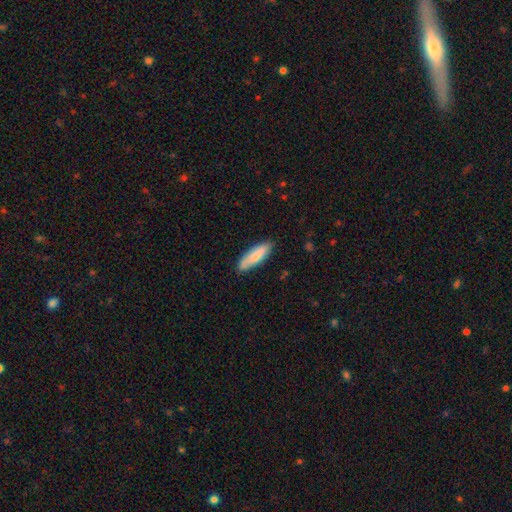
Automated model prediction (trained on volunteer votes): Smooth or featured?
  - smooth: 77% *
  - featured or disk: 17%
  - star or artifact: 6%
How rounded?
  - cigar-shaped: 51% *
  - in between: 48%
  - round: 2%
Merging?
  - none: 81% *
  - minor disturbance: 15%
  - major disturbance: 2%
  - merger: 1%